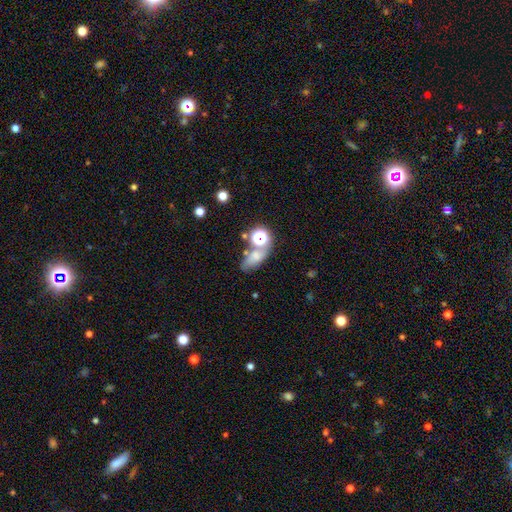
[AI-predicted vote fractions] Smooth or featured? smooth (57%)
How rounded? in between (65%)
Merging? none (46%)